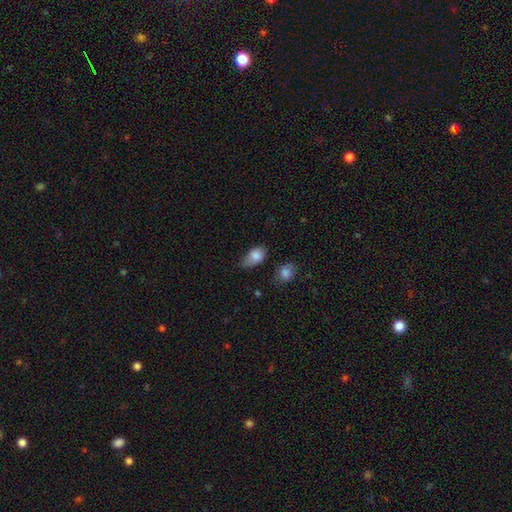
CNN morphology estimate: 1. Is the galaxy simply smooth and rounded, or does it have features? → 83% smooth, 9% featured or disk, 8% star or artifact.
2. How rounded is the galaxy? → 83% in between, 14% round, 2% cigar-shaped.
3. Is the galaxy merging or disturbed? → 46% minor disturbance, 35% none, 14% major disturbance, 4% merger.